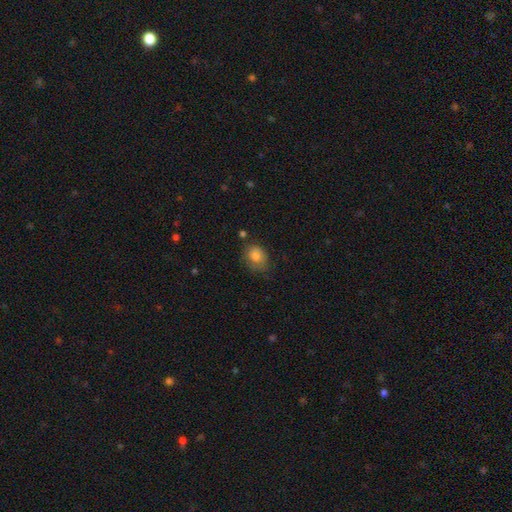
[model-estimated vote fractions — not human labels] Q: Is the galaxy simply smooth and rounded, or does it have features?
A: smooth — 79%.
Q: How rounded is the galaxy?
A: round — 54%.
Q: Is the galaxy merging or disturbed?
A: none — 62%.